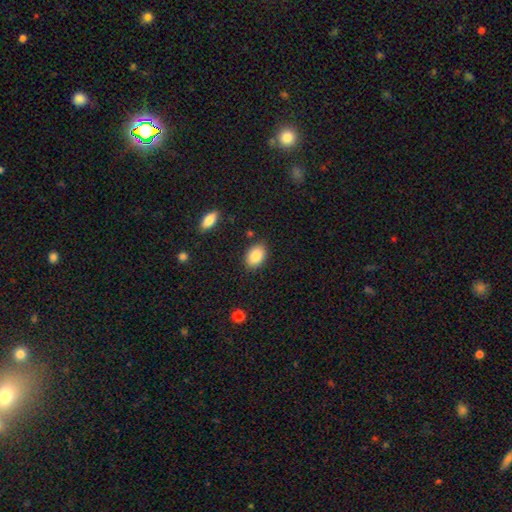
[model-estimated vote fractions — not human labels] smooth-or-featured: smooth: 86% | star or artifact: 8% | featured or disk: 7%
  how-rounded: in between: 85% | round: 14% | cigar-shaped: 1%
  merging: none: 85% | minor disturbance: 10% | major disturbance: 3% | merger: 2%